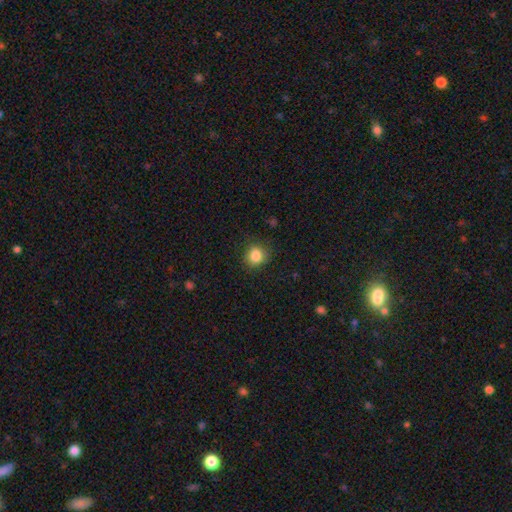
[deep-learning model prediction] The model was most divided on "how rounded": round: 81%, in between: 18%, cigar-shaped: 1%. More confident: smooth or featured — smooth (86%); merging — none (82%).